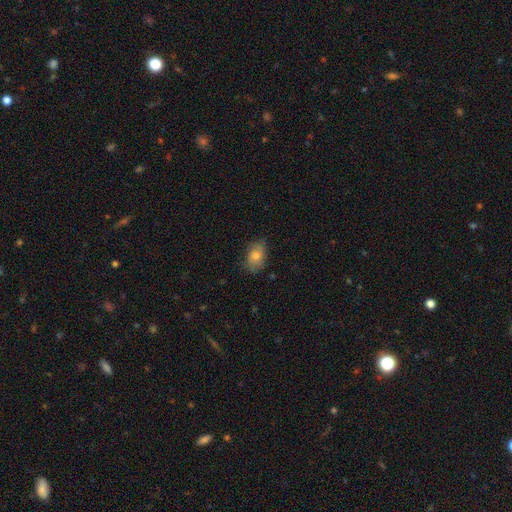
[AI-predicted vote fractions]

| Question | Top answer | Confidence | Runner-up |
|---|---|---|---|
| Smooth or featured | smooth | 71% | featured or disk (21%) |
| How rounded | in between | 85% | round (14%) |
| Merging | none | 73% | minor disturbance (22%) |